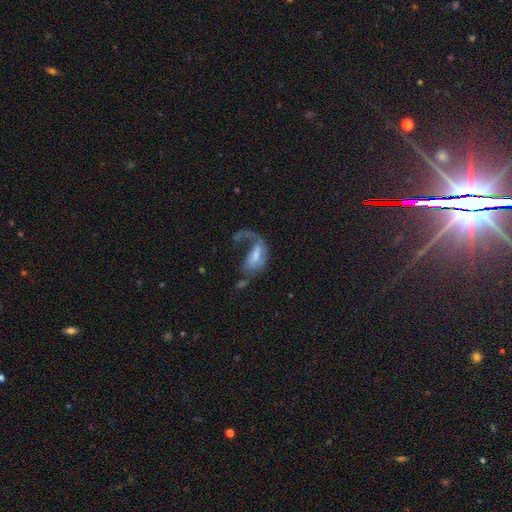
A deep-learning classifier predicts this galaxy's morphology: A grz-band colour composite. It shows a featured or disk galaxy (53%). Merging: major disturbance (60%).